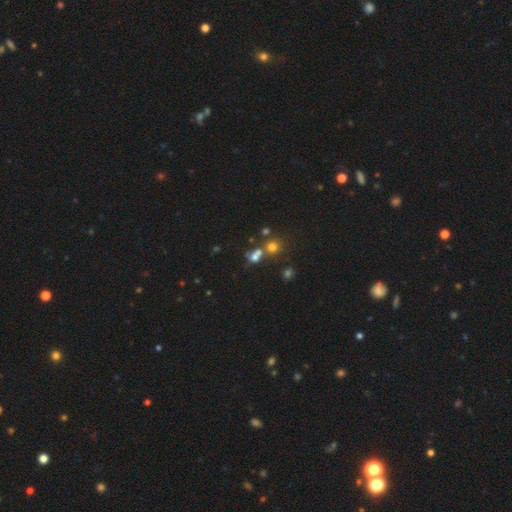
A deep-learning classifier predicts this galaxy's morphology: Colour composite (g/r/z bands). It shows a smooth galaxy with no disk features (59%) that is round (60%). Merging: merger (48%).